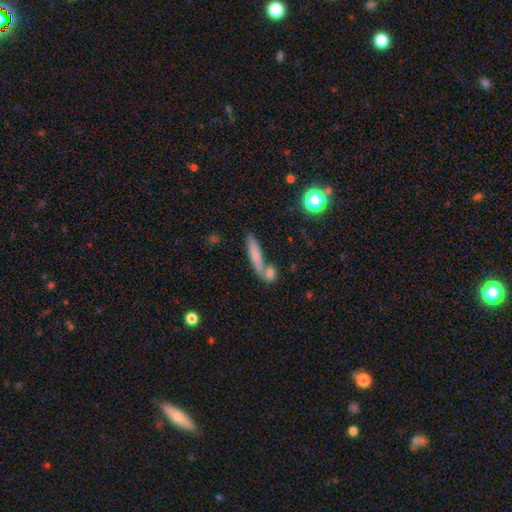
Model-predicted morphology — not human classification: Smooth or featured? smooth (65%)
How rounded? cigar-shaped (78%)
Merging? none (55%)